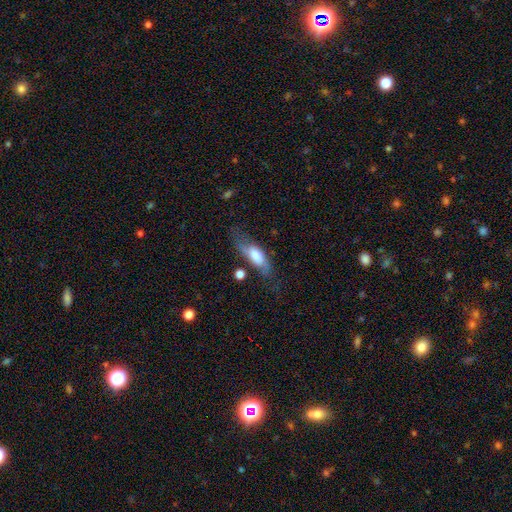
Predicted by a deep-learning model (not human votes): Smooth or featured? Predicted: smooth (p=0.56). How rounded? Predicted: in between (p=0.68). Merging? Predicted: none (p=0.49).